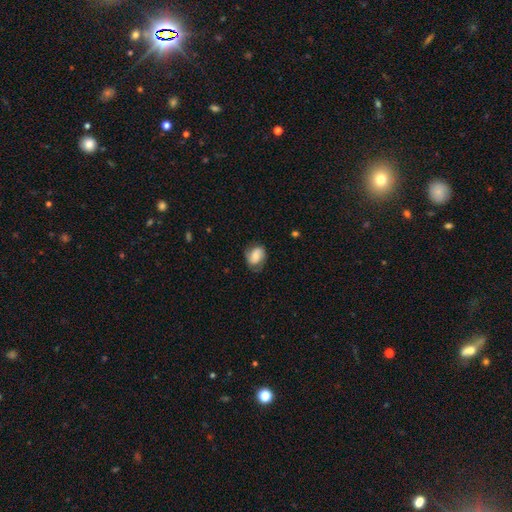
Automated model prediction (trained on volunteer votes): Q: Smooth or featured?
A: smooth (59%); runner-up: featured or disk (33%)
Q: How rounded?
A: in between (62%); runner-up: round (37%)
Q: Merging?
A: none (64%); runner-up: minor disturbance (26%)